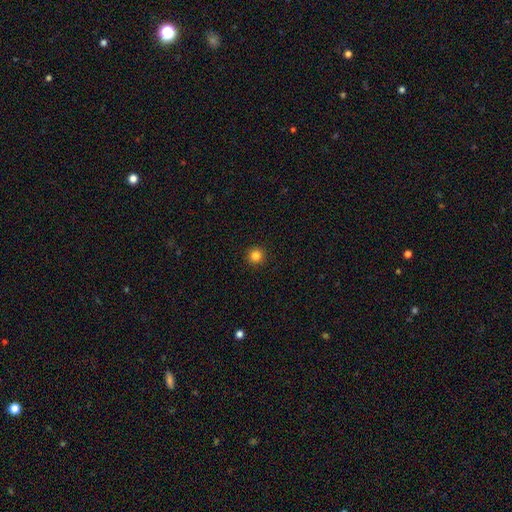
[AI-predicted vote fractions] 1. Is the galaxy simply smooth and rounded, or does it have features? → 84% smooth, 12% star or artifact, 4% featured or disk.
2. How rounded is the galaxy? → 96% round, 4% in between, 1% cigar-shaped.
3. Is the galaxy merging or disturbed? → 93% none, 4% minor disturbance, 1% major disturbance, 1% merger.